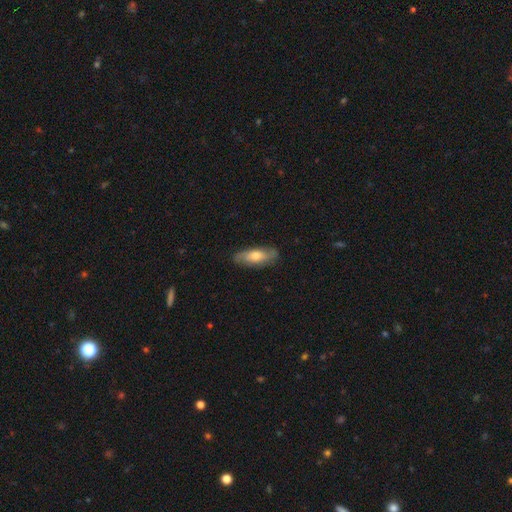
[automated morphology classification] type=smooth (51%); roundness=in between (65%); merging=none (82%).